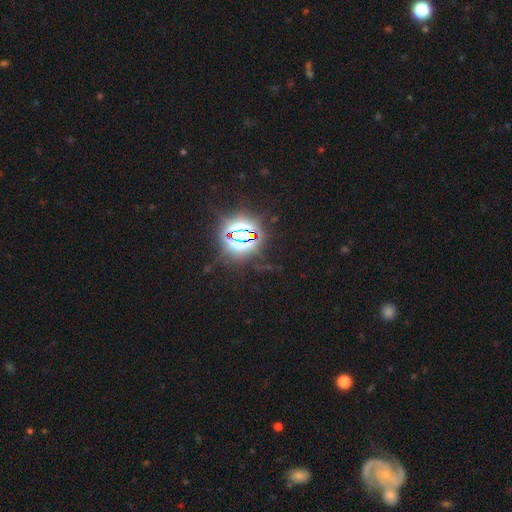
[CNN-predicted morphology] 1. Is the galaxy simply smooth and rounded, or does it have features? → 84% star or artifact, 9% smooth, 6% featured or disk.